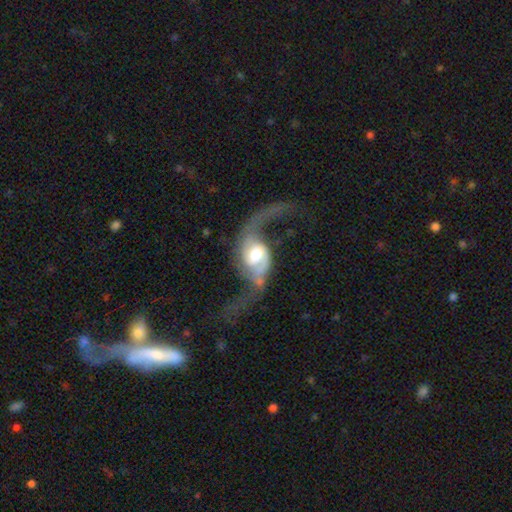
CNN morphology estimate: type=featured or disk (85%); edge-on=no (96%); bar=no (44%); spiral arms=yes (94%); winding=loose (80%); arm count=2 (87%); bulge=moderate (60%); merging=major disturbance (42%).